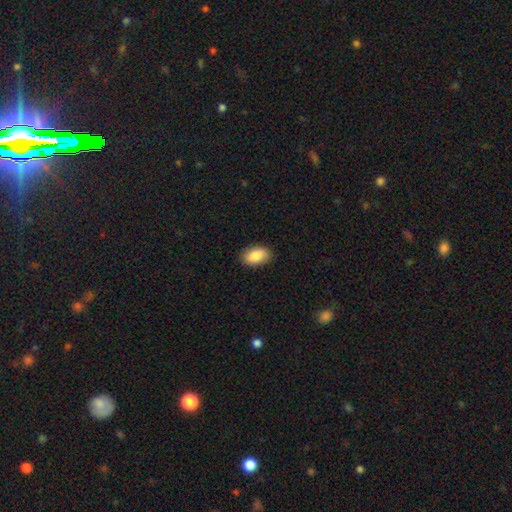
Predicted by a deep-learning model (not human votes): The model was most divided on "merging": none: 88%, minor disturbance: 9%, major disturbance: 2%, merger: 1%. More confident: how rounded — in between (92%); smooth or featured — smooth (88%).